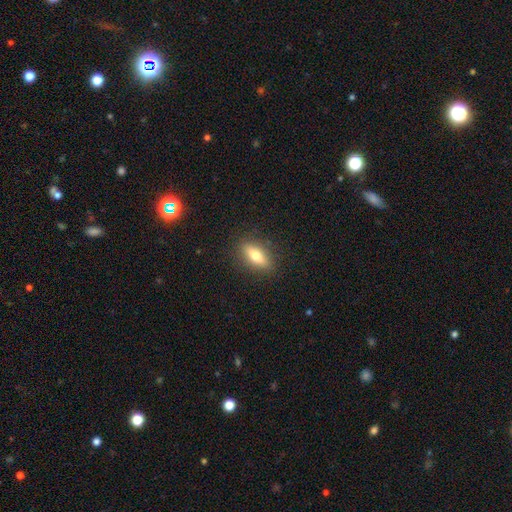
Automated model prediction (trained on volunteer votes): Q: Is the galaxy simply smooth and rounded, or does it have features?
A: smooth — 64%.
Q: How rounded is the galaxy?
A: in between — 62%.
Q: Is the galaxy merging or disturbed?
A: none — 87%.